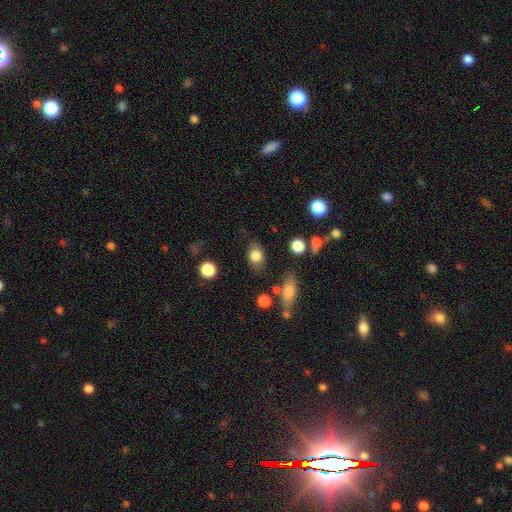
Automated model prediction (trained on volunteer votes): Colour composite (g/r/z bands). It shows a smooth galaxy with no disk features (80%) that is in between round and cigar-shaped (67%). Merging: none (73%).